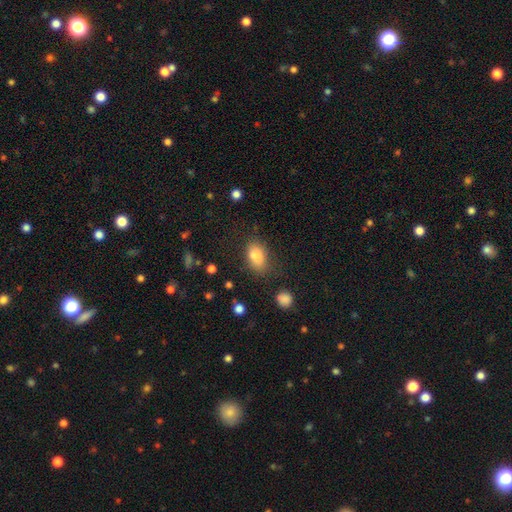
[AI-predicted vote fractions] This appears to be a smooth galaxy with no disk features (84%) that is in between round and cigar-shaped (85%). Merging: none (67%).